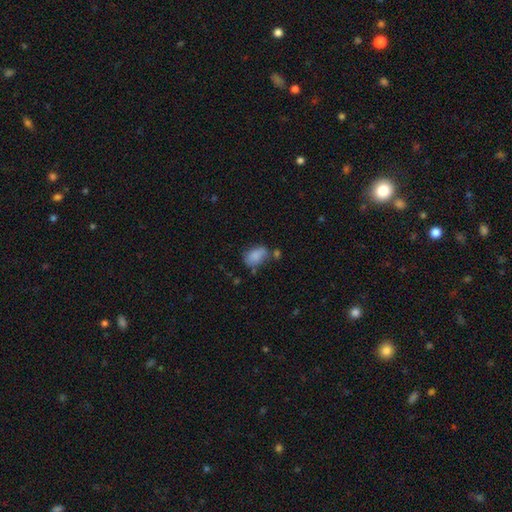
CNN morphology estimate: Smooth or featured? Predicted: smooth (p=0.83). How rounded? Predicted: in between (p=0.87). Merging? Predicted: none (p=0.53).